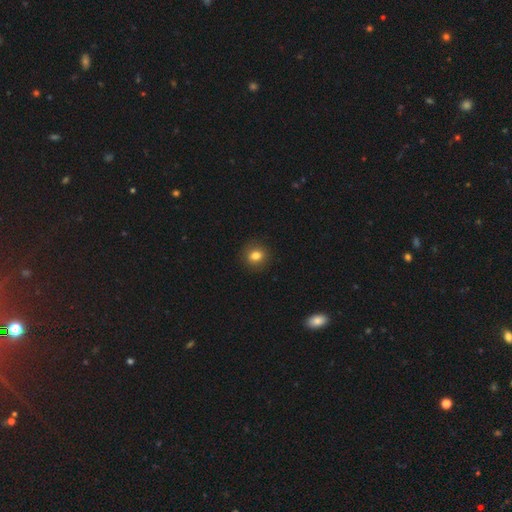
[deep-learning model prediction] Q: Smooth or featured?
A: smooth (81%); runner-up: star or artifact (11%)
Q: How rounded?
A: round (80%); runner-up: in between (19%)
Q: Merging?
A: none (90%); runner-up: minor disturbance (7%)